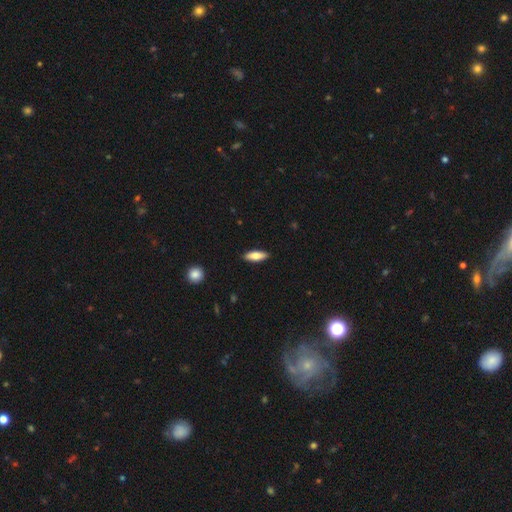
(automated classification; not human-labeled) smooth_or_featured: smooth (p=0.77) [alt: featured or disk p=0.17]
how_rounded: in between (p=0.59) [alt: cigar-shaped p=0.39]
merging: none (p=0.89) [alt: minor disturbance p=0.08]